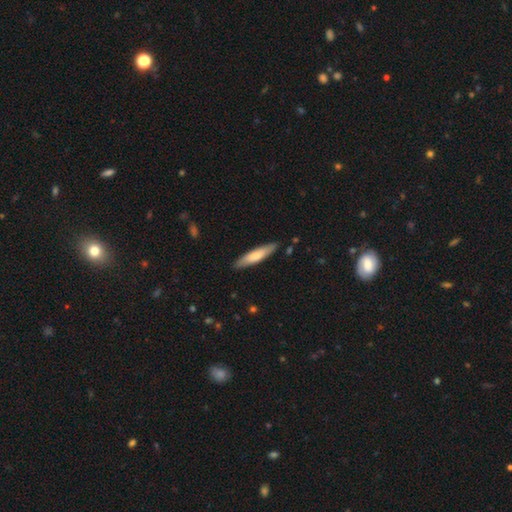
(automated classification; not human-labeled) smooth 69%, featured or disk 26%, star or artifact 5%. Down the decision tree: how rounded — cigar-shaped (82%); merging — none (88%).